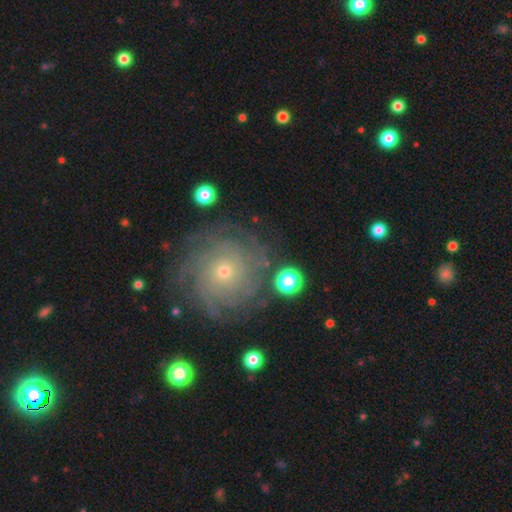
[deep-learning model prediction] A featured or disk galaxy (74%) with no bar (83%), tight (80%) spiral arms (95%) and a small central bulge (69%).

Vote fractions:
- Smooth or featured? featured or disk: 74% / star or artifact: 14% / smooth: 13%
- Edge-on disk? no: 97% / yes: 3%
- Bar? no: 83% / weak: 13% / strong: 4%
- Spiral arms? yes: 95% / no: 5%
- Spiral winding? tight: 80% / medium: 16% / loose: 4%
- Spiral arm count? can't tell: 33% / more than 4: 21% / 4: 17% / 3: 12% / 2: 10% / 1: 8%
- Bulge size? small: 69% / moderate: 27% / large: 2% / none: 1% / dominant: 1%
- Merging? none: 84% / minor disturbance: 9% / major disturbance: 4% / merger: 2%